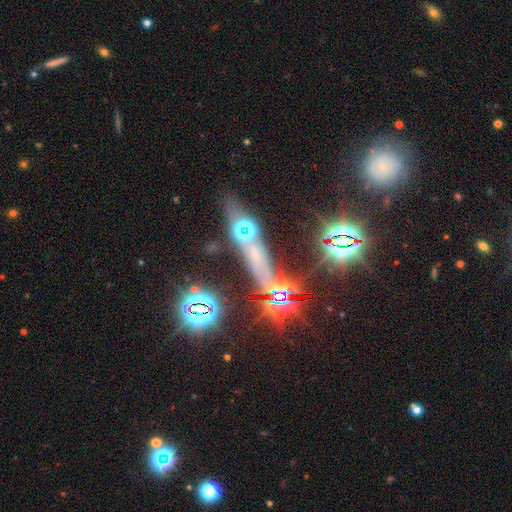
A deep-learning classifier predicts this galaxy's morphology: Overall: star or artifact (53%; featured or disk 25%).